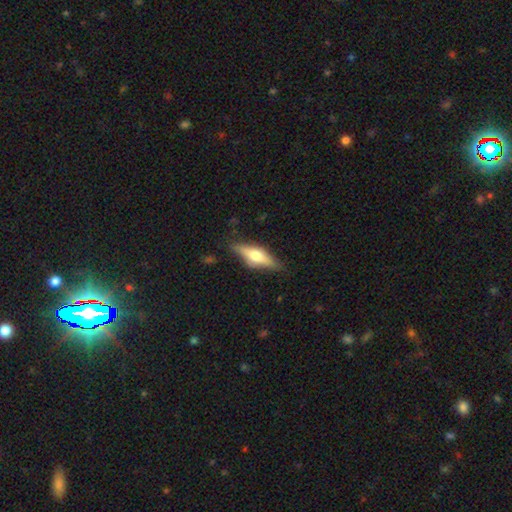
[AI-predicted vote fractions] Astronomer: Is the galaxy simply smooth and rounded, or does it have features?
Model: featured or disk — 56% (runner-up: smooth, 37%).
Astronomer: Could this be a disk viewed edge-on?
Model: yes — 93%.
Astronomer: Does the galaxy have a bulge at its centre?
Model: rounded — 87%.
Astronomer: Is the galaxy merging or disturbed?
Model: none — 79%.